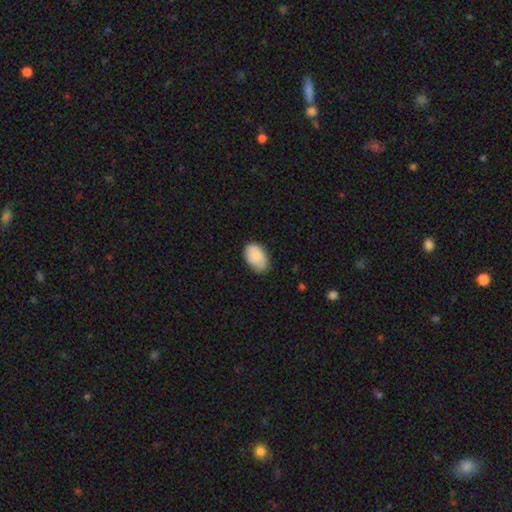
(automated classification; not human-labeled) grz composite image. It shows a smooth galaxy with no disk features (82%) that is in between round and cigar-shaped (90%). Merging: none (63%).